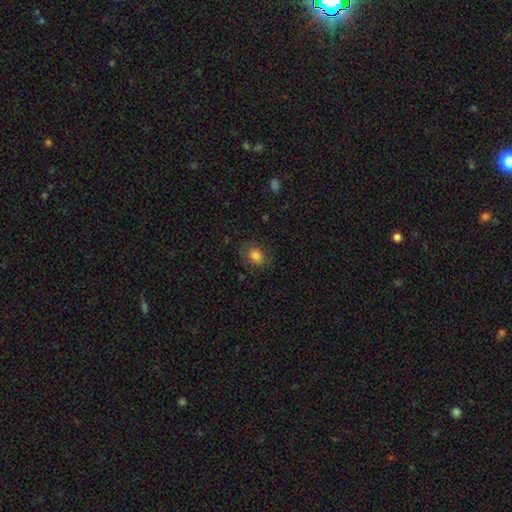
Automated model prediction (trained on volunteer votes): A smooth galaxy with no disk features (82%) that is in between round and cigar-shaped (54%).

Vote fractions:
- Smooth or featured? smooth: 82% / star or artifact: 11% / featured or disk: 8%
- How rounded? in between: 54% / round: 45% / cigar-shaped: 1%
- Merging? none: 76% / minor disturbance: 16% / major disturbance: 6% / merger: 1%